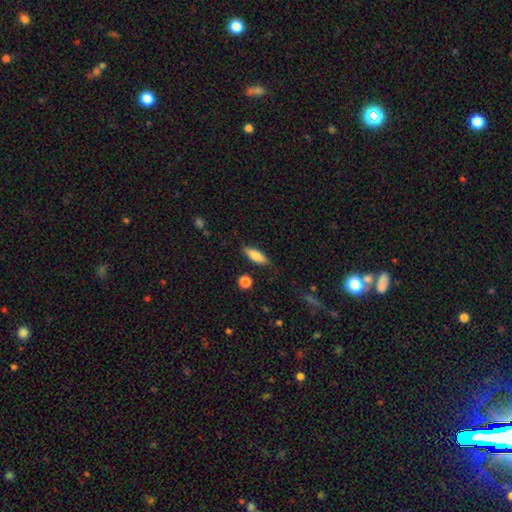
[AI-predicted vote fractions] smooth-or-featured: smooth: 80% | featured or disk: 14% | star or artifact: 7%
  how-rounded: in between: 56% | cigar-shaped: 41% | round: 2%
  merging: none: 83% | minor disturbance: 13% | major disturbance: 3% | merger: 2%